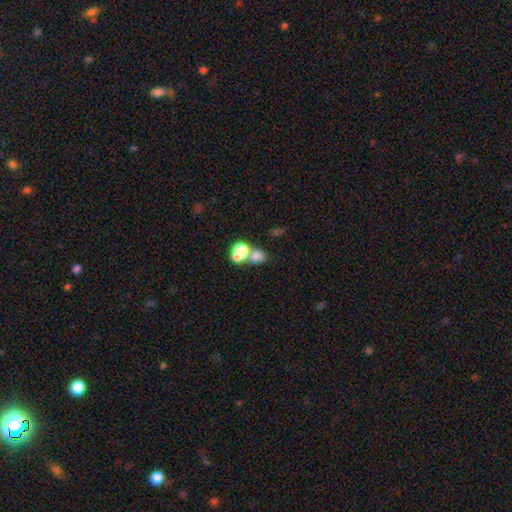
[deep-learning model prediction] Smooth or featured: smooth — 72% (star or artifact — 15%)
How rounded: in between — 53% (round — 46%)
Merging: merger — 56% (none — 31%)